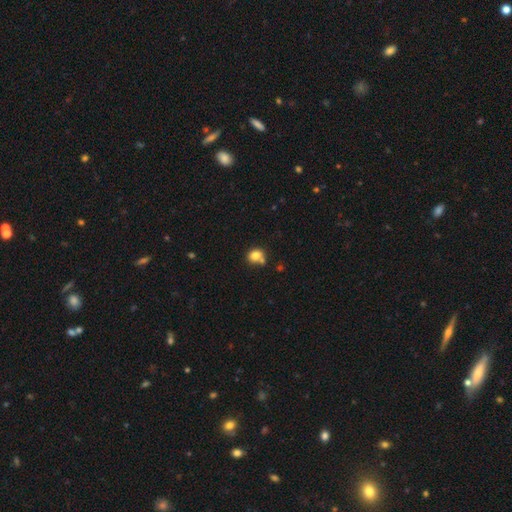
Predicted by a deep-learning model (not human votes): This appears to be a smooth galaxy with no disk features (80%) that is round (71%). Merging: none (54%).